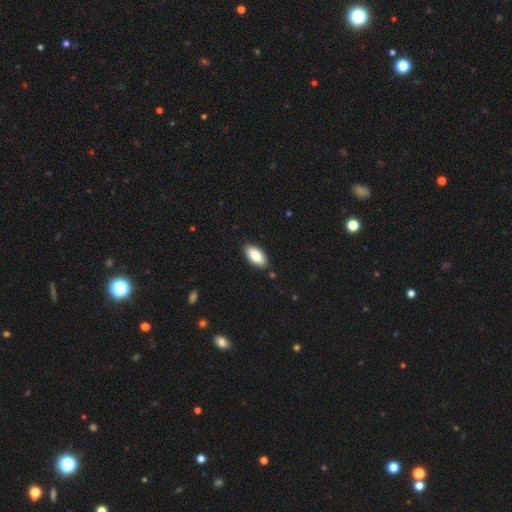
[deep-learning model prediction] Smooth or featured: smooth — 82% (featured or disk — 11%)
How rounded: in between — 92% (cigar-shaped — 6%)
Merging: none — 89% (minor disturbance — 8%)